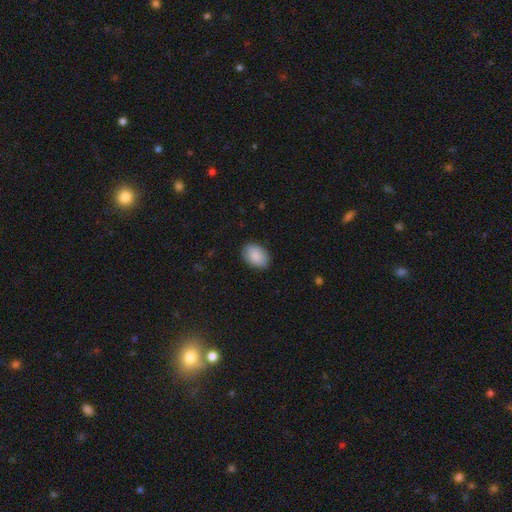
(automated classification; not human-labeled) Smooth or featured?
  - smooth: 88% *
  - star or artifact: 6%
  - featured or disk: 5%
How rounded?
  - in between: 83% *
  - round: 16%
  - cigar-shaped: 1%
Merging?
  - none: 87% *
  - minor disturbance: 10%
  - major disturbance: 2%
  - merger: 1%